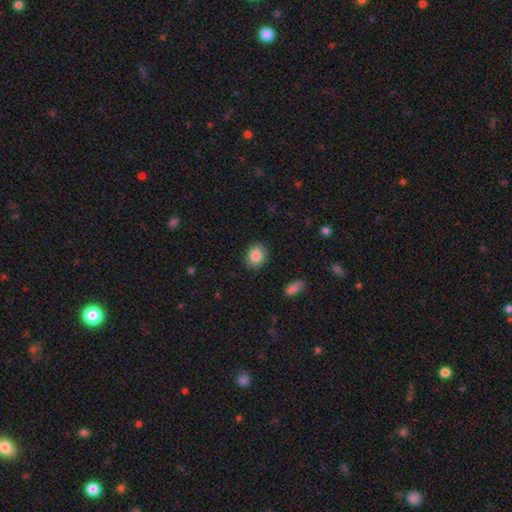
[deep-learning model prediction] Smooth or featured? Predicted: smooth (p=0.87). How rounded? Predicted: round (p=0.59). Merging? Predicted: none (p=0.88).